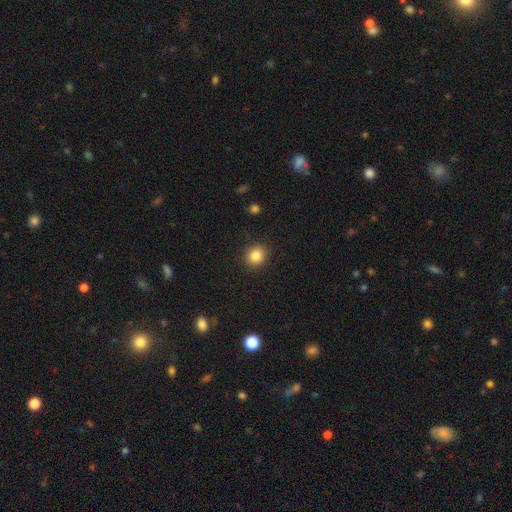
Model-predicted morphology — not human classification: Smooth or featured: smooth — 85% (star or artifact — 10%)
How rounded: round — 79% (in between — 20%)
Merging: none — 89% (minor disturbance — 7%)